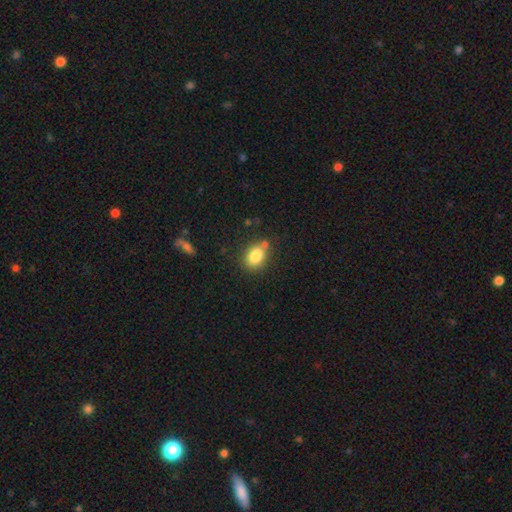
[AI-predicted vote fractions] Q: Smooth or featured?
A: smooth (84%); runner-up: star or artifact (9%)
Q: How rounded?
A: in between (73%); runner-up: round (26%)
Q: Merging?
A: none (71%); runner-up: minor disturbance (15%)